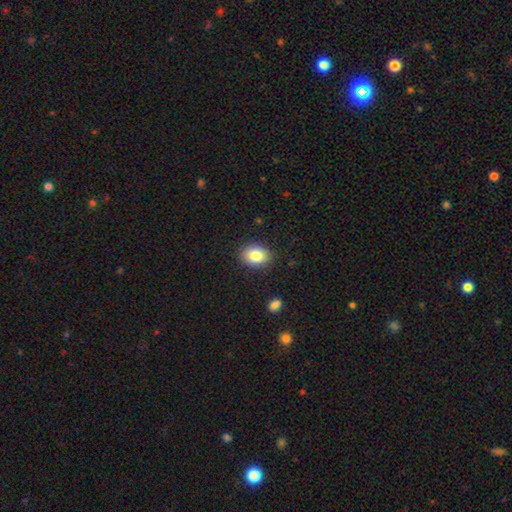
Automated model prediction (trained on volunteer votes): Smooth or featured? smooth (83%)
How rounded? in between (63%)
Merging? none (87%)